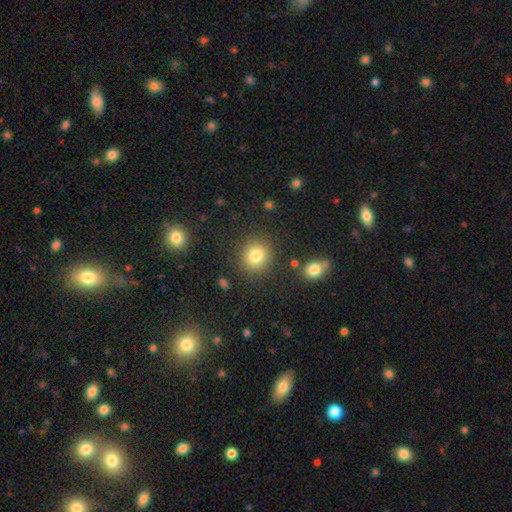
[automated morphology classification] This is clearly a smooth galaxy (81%). How rounded: clearly round (89%). Merging: clearly none (87%).